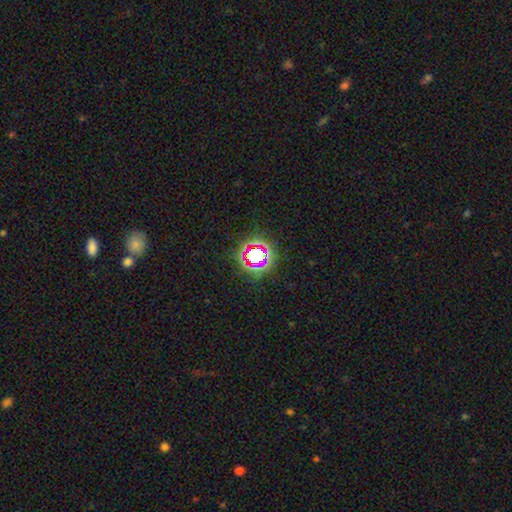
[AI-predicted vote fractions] smooth-or-featured: star or artifact: 65% | smooth: 24% | featured or disk: 12%